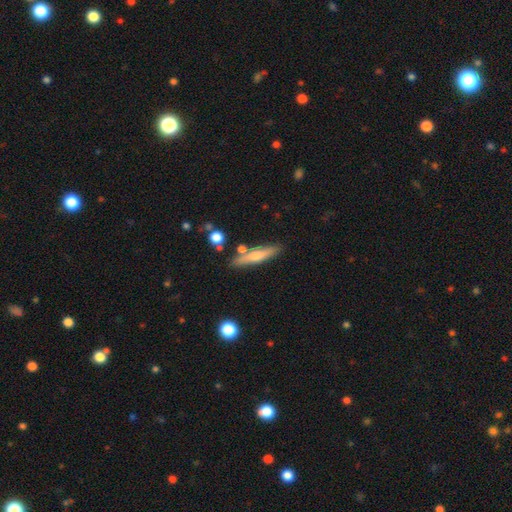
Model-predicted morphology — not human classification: Overall: smooth (54%; featured or disk 39%). How rounded: cigar-shaped (84%). Merging: none (80%).